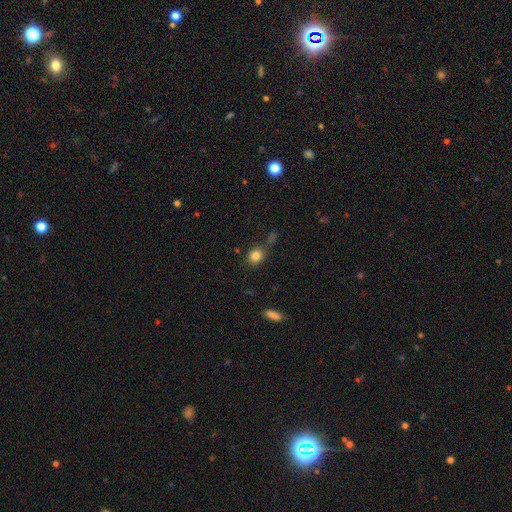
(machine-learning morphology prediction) type=smooth (83%); roundness=round (74%); merging=none (69%).